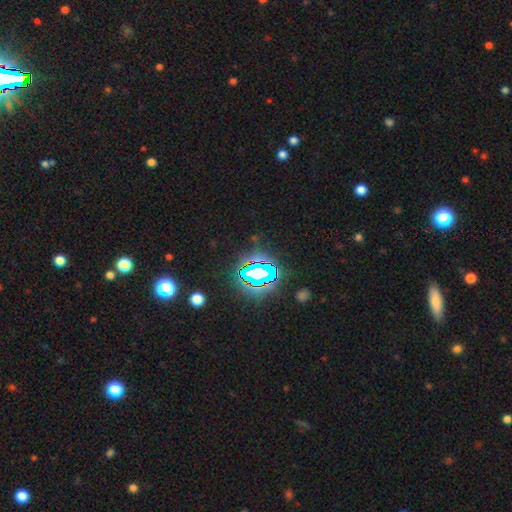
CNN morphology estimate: A star or artifact, not a galaxy (81%).